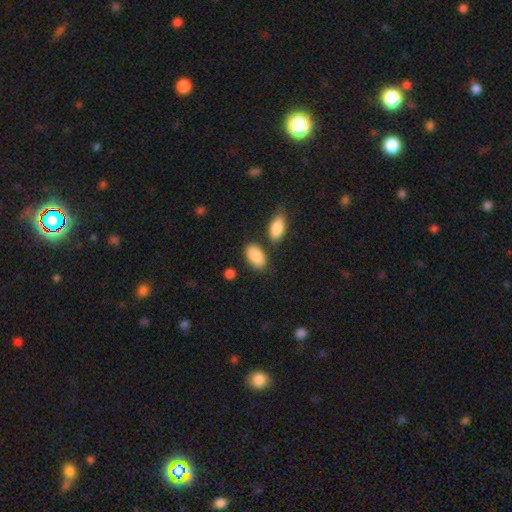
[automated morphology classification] The model was most divided on "merging": none: 74%, minor disturbance: 13%, merger: 9%, major disturbance: 4%. More confident: how rounded — in between (94%); smooth or featured — smooth (89%).